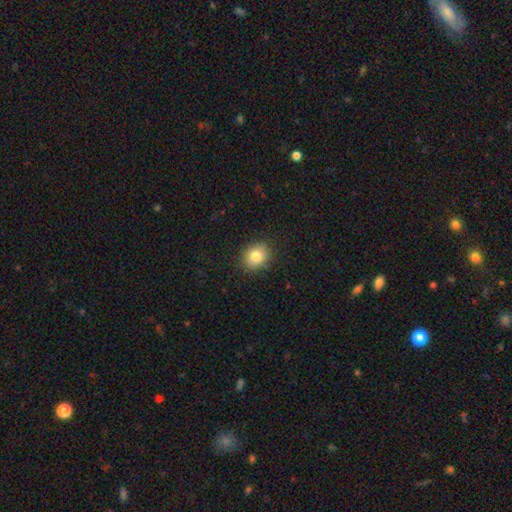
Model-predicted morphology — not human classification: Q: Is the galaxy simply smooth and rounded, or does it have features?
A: smooth — 82%.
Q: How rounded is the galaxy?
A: round — 61%.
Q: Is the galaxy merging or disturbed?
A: none — 88%.